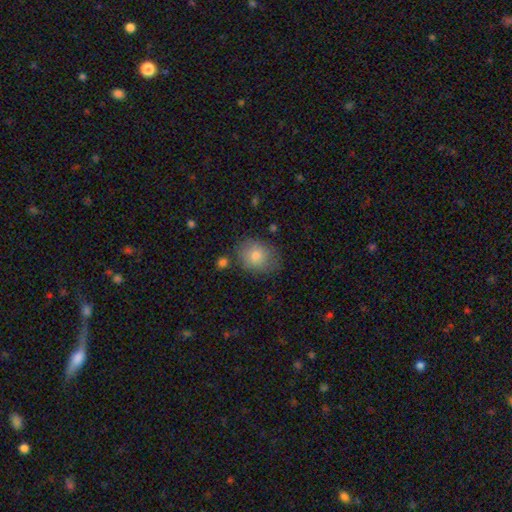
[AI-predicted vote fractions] Smooth or featured? Predicted: smooth (p=0.78). How rounded? Predicted: round (p=0.56). Merging? Predicted: none (p=0.71).